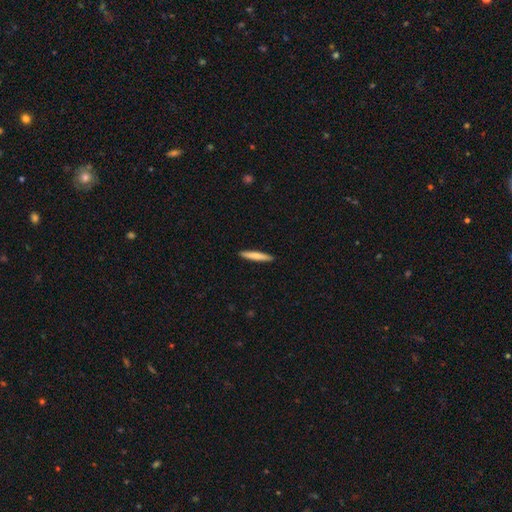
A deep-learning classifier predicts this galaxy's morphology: smooth-or-featured: smooth: 75% | featured or disk: 20% | star or artifact: 5%
  how-rounded: cigar-shaped: 94% | in between: 5% | round: 1%
  merging: none: 92% | minor disturbance: 6% | major disturbance: 1% | merger: 1%